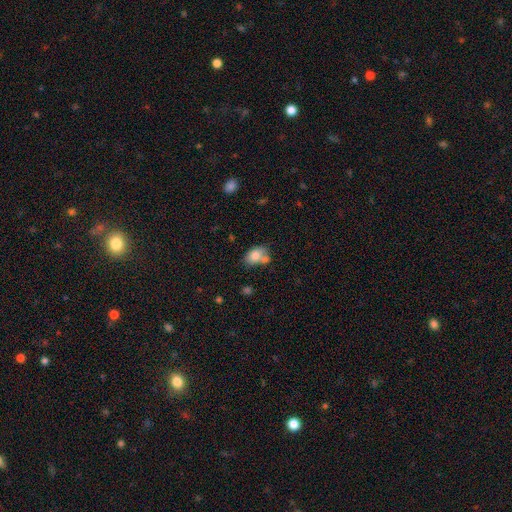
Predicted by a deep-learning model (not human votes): A smooth galaxy with no disk features (78%) that is in between round and cigar-shaped (82%).

Vote fractions:
- Smooth or featured? smooth: 78% / featured or disk: 14% / star or artifact: 9%
- How rounded? in between: 82% / round: 17% / cigar-shaped: 2%
- Merging? none: 42% / merger: 34% / minor disturbance: 18% / major disturbance: 6%